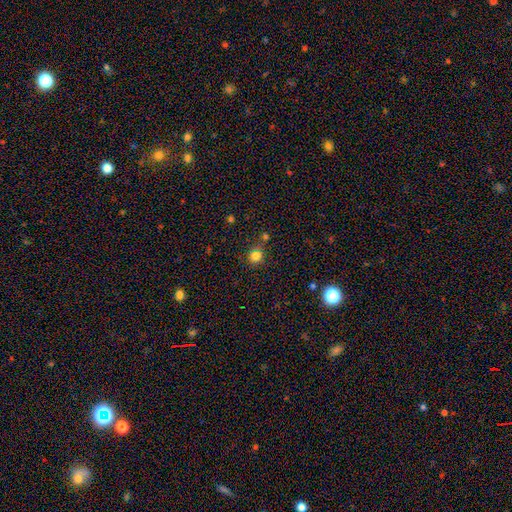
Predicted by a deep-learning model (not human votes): Smooth or featured? Predicted: smooth (p=0.81). How rounded? Predicted: round (p=0.88). Merging? Predicted: none (p=0.71).